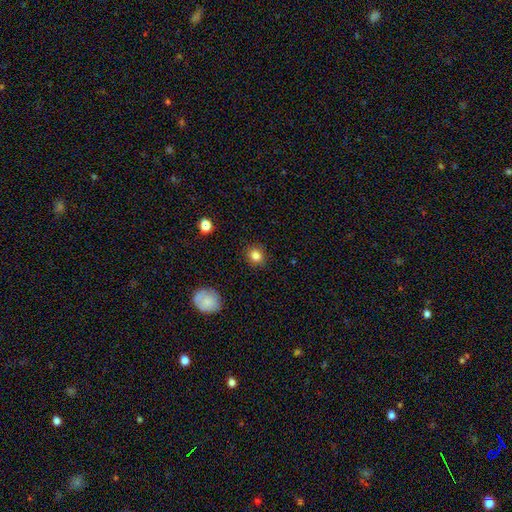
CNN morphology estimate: type=smooth (83%); roundness=round (82%); merging=none (88%).